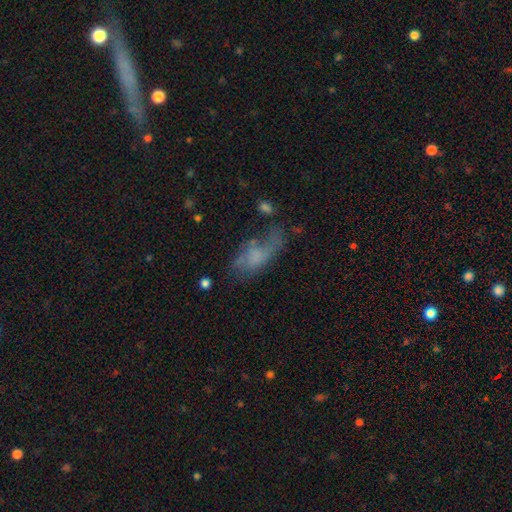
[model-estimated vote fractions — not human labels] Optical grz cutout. It shows a smooth galaxy with no disk features (49%). Merging: none (34%).